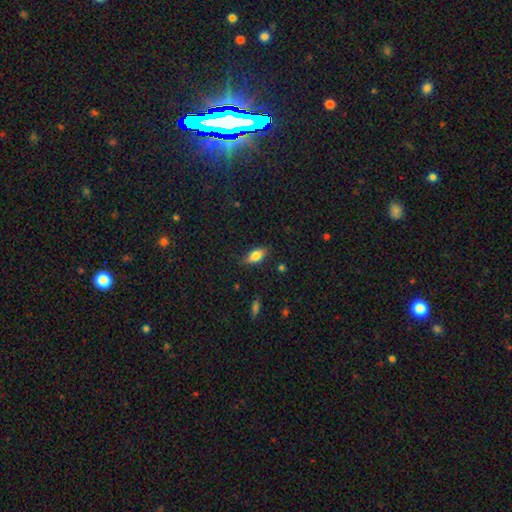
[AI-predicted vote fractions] smooth_or_featured: smooth (p=0.79) [alt: featured or disk p=0.14]
how_rounded: in between (p=0.85) [alt: cigar-shaped p=0.11]
merging: none (p=0.81) [alt: minor disturbance p=0.15]